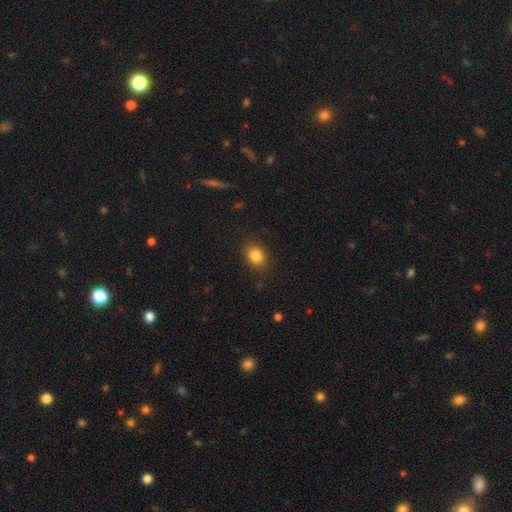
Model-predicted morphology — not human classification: smooth-or-featured: smooth: 84% | star or artifact: 10% | featured or disk: 6%
  how-rounded: in between: 57% | round: 42% | cigar-shaped: 1%
  merging: none: 86% | minor disturbance: 10% | major disturbance: 3% | merger: 1%